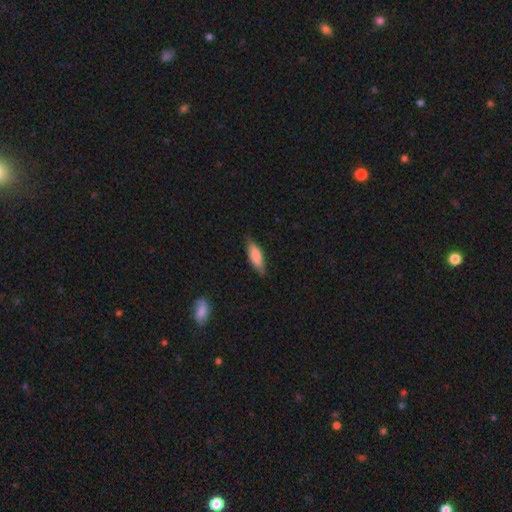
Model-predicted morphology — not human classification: Smooth or featured? Predicted: smooth (p=0.74). How rounded? Predicted: cigar-shaped (p=0.50). Merging? Predicted: none (p=0.79).